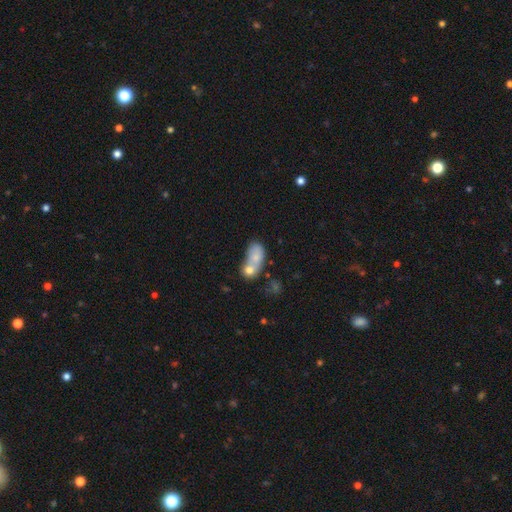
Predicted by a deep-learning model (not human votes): Smooth or featured: smooth — 69% (featured or disk — 22%)
How rounded: in between — 81% (round — 16%)
Merging: merger — 65% (none — 18%)